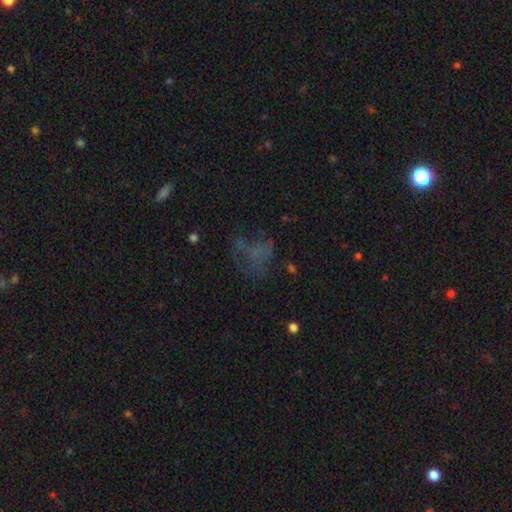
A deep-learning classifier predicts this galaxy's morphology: Smooth or featured? smooth (39%)
Merging? none (42%)